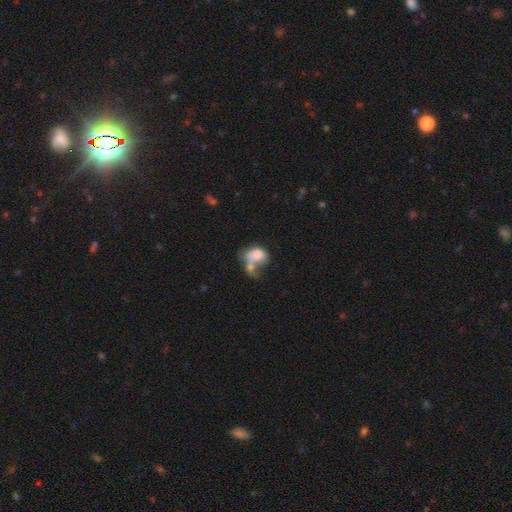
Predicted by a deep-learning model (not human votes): Smooth or featured: smooth — 66% (featured or disk — 25%)
How rounded: in between — 77% (round — 21%)
Merging: merger — 50% (major disturbance — 23%)